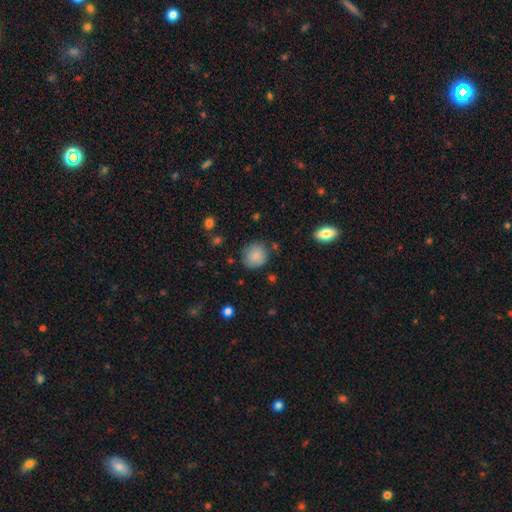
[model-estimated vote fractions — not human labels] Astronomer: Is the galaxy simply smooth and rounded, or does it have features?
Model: smooth — 85%.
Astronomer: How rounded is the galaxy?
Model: round — 84%.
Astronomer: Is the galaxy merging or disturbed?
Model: none — 78%.